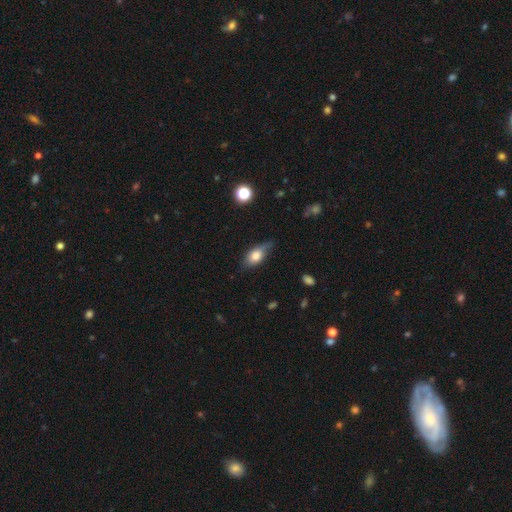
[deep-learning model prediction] A smooth galaxy with no disk features (71%) that is in between round and cigar-shaped (81%). Merging: none (53%).